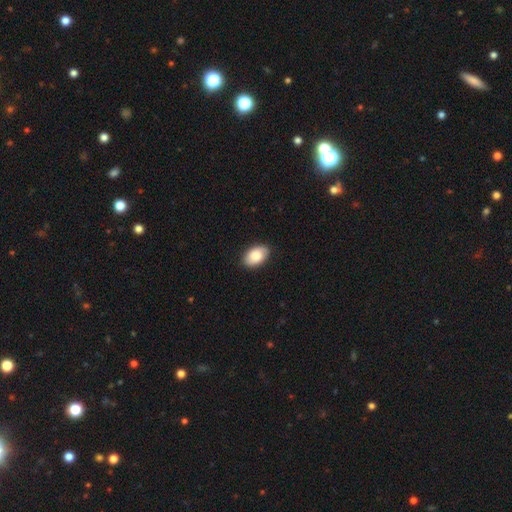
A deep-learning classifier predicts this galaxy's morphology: Smooth or featured?
  - smooth: 82% *
  - featured or disk: 11%
  - star or artifact: 6%
How rounded?
  - in between: 92% *
  - round: 7%
  - cigar-shaped: 1%
Merging?
  - none: 87% *
  - minor disturbance: 10%
  - major disturbance: 2%
  - merger: 1%